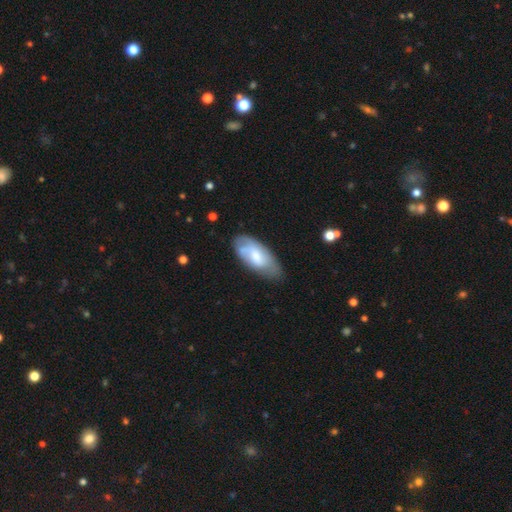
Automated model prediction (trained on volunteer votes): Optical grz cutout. It shows a smooth galaxy with no disk features (57%) that is in between round and cigar-shaped (89%). Merging: none (61%).